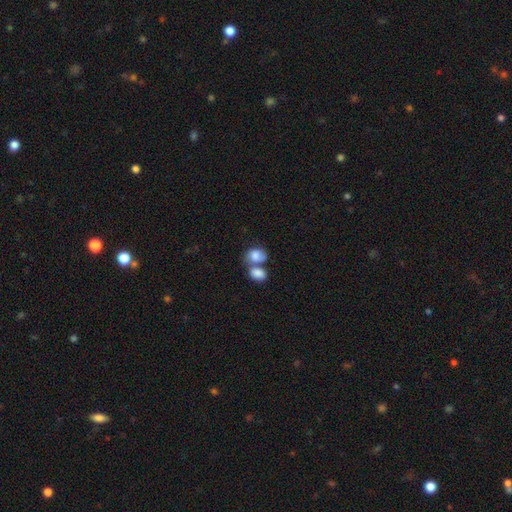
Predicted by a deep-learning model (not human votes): smooth_or_featured: smooth (p=0.75) [alt: featured or disk p=0.18]
how_rounded: in between (p=0.62) [alt: round p=0.37]
merging: merger (p=0.64) [alt: none p=0.20]